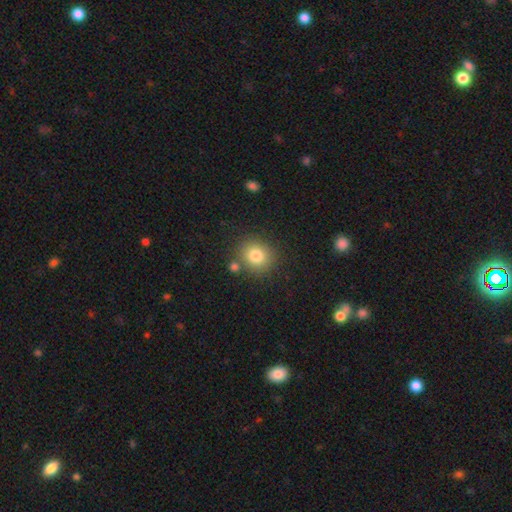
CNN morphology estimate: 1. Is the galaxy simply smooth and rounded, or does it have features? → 80% smooth, 12% star or artifact, 8% featured or disk.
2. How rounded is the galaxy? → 82% round, 18% in between, 1% cigar-shaped.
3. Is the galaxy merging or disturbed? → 78% none, 10% minor disturbance, 9% merger, 3% major disturbance.